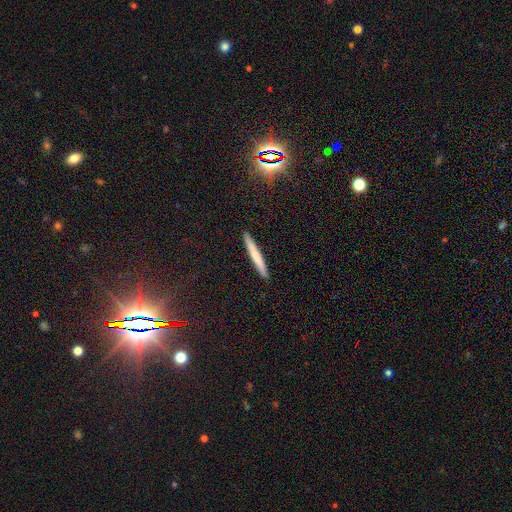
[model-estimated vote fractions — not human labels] Morphology: type=smooth (66%); roundness=cigar-shaped (96%); merging=none (92%).